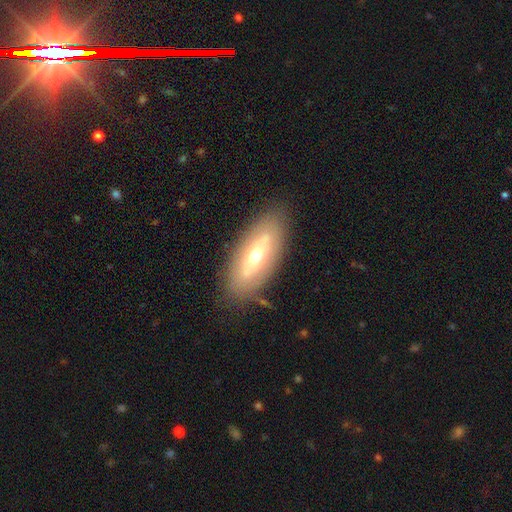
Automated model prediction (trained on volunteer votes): Smooth or featured? Predicted: featured or disk (p=0.52). Edge-on disk? Predicted: no (p=0.73). Merging? Predicted: none (p=0.83).